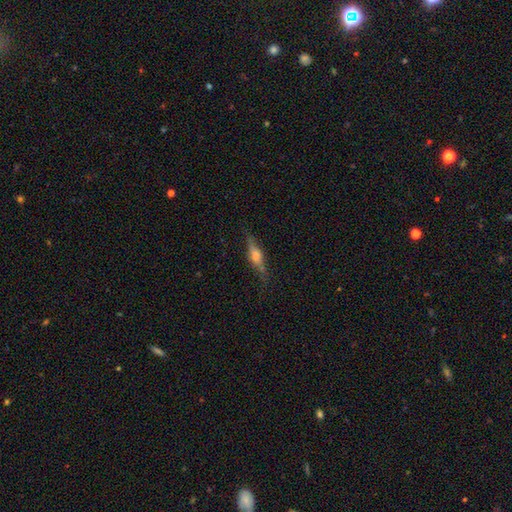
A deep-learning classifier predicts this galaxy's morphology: This appears to be a featured or disk galaxy (68%) viewed edge-on (95%) with a rounded central bulge (85%). Merging: none (80%).